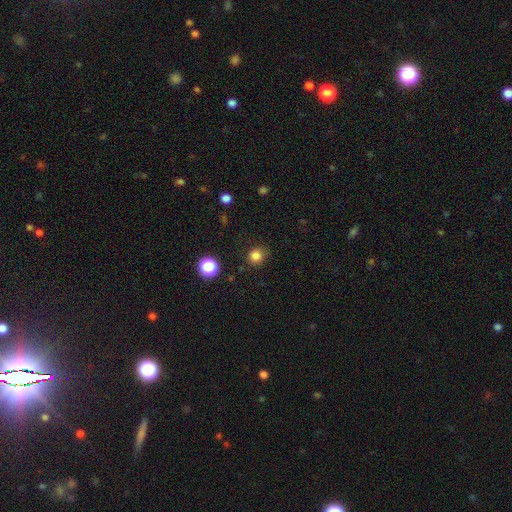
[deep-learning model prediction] Morphology: type=smooth (83%); roundness=round (88%); merging=none (84%).